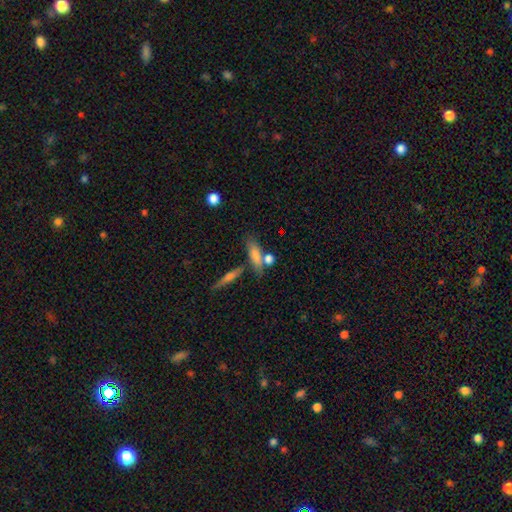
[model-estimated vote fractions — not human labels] smooth_or_featured: smooth (p=0.73) [alt: featured or disk p=0.17]
how_rounded: in between (p=0.57) [alt: cigar-shaped p=0.36]
merging: none (p=0.53) [alt: merger p=0.27]